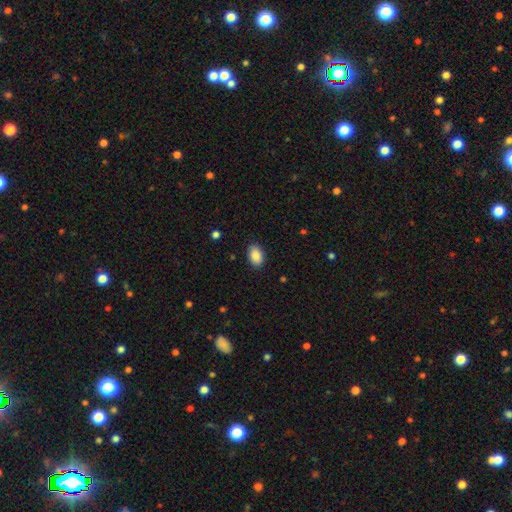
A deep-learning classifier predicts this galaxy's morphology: type=smooth (89%); roundness=in between (91%); merging=none (87%).